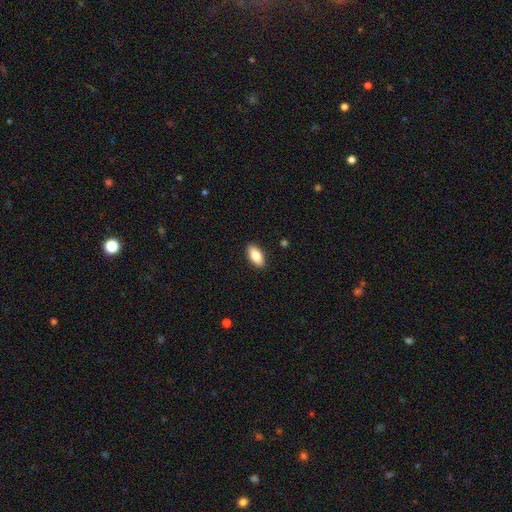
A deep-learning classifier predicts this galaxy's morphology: A smooth galaxy with no disk features (80%) that is in between round and cigar-shaped (87%).

Vote fractions:
- Smooth or featured? smooth: 80% / featured or disk: 14% / star or artifact: 6%
- How rounded? in between: 87% / cigar-shaped: 10% / round: 3%
- Merging? none: 89% / minor disturbance: 8% / major disturbance: 2% / merger: 1%